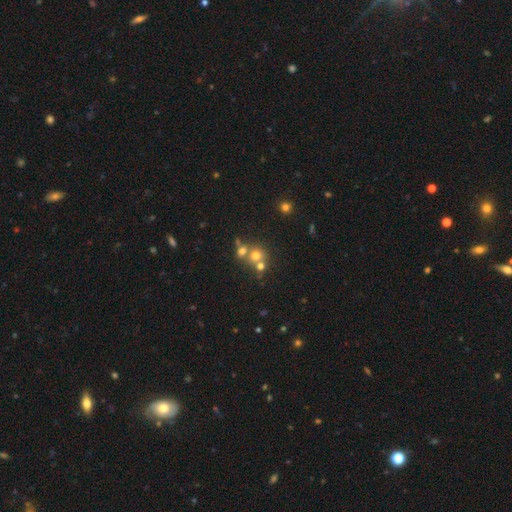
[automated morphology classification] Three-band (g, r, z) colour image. It shows a smooth galaxy with no disk features (66%) that is round (83%). Merging: merger (47%).